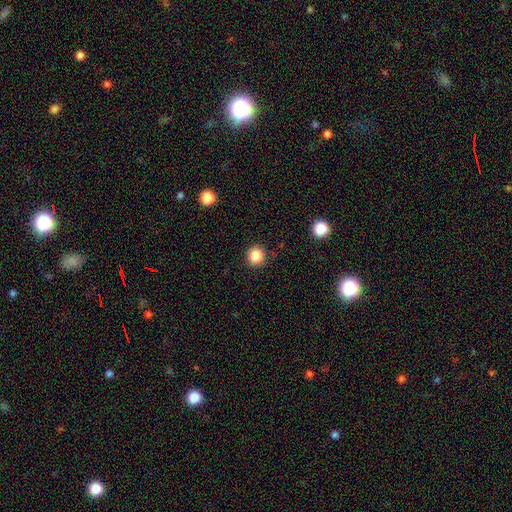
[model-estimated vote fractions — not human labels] This is clearly a smooth galaxy (85%). How rounded: clearly round (92%). Merging: clearly none (90%).